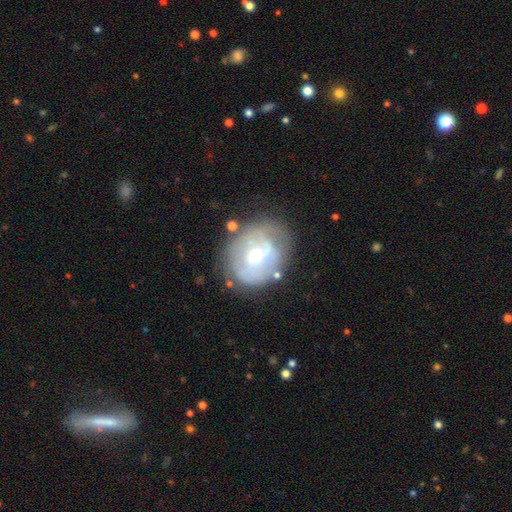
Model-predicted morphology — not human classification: This is likely a featured or disk galaxy (64%). It is clearly not viewed edge-on (96%). Bar: marginally no (45%). Spiral arm pattern: possibly yes (57%). Central bulge: likely moderate (60%). Merging: likely none (65%).